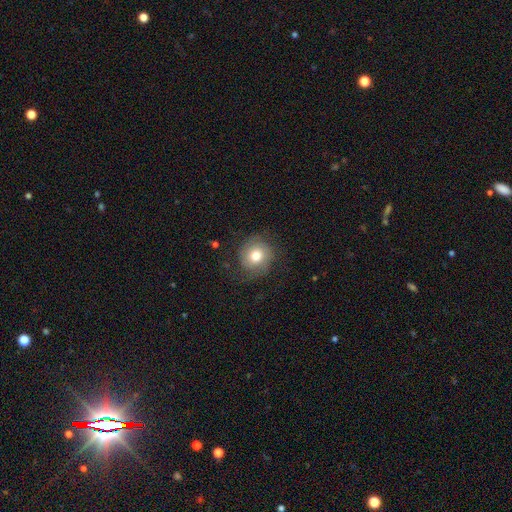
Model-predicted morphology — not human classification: This is possibly a smooth galaxy (52%). How rounded: clearly round (86%). Merging: likely none (70%).